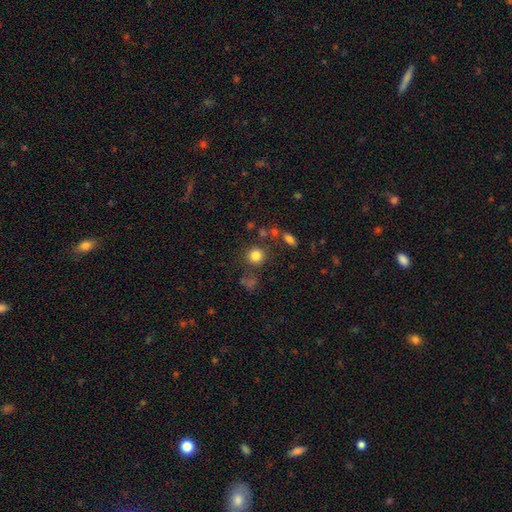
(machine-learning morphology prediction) smooth_or_featured: smooth (p=0.81) [alt: star or artifact p=0.13]
how_rounded: round (p=0.90) [alt: in between p=0.09]
merging: none (p=0.77) [alt: minor disturbance p=0.10]